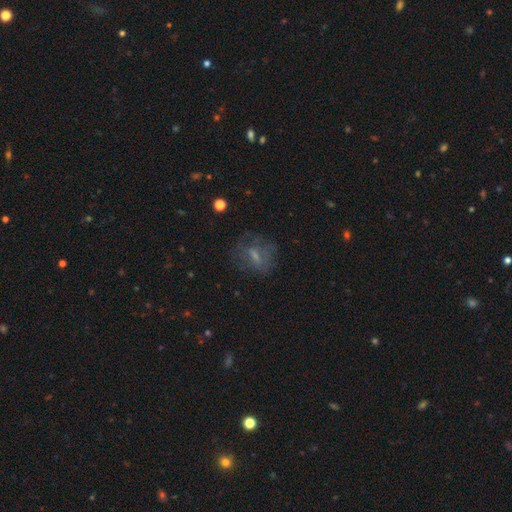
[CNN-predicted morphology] Smooth or featured: smooth — 44% (featured or disk — 41%)
Merging: none — 60% (minor disturbance — 19%)